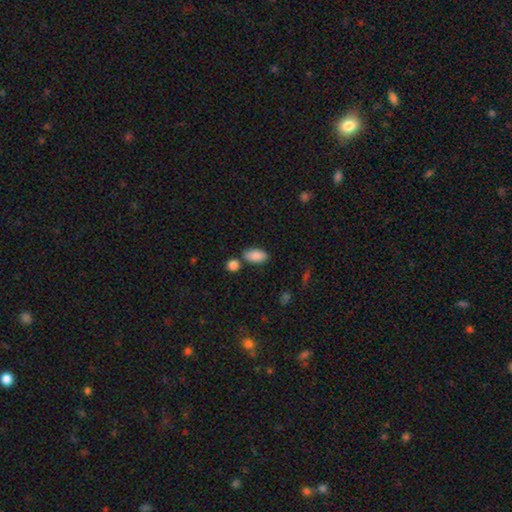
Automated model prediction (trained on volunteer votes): smooth 87%, star or artifact 7%, featured or disk 6%. Down the decision tree: how rounded — in between (92%); merging — none (67%).